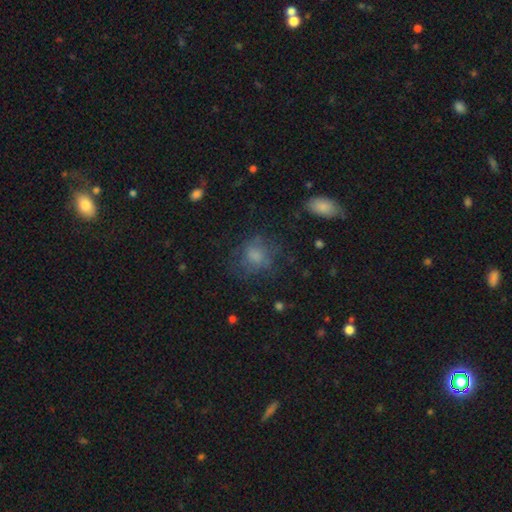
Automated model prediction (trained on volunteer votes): smooth 66%, featured or disk 21%, star or artifact 13%. Down the decision tree: how rounded — round (71%); merging — none (59%).